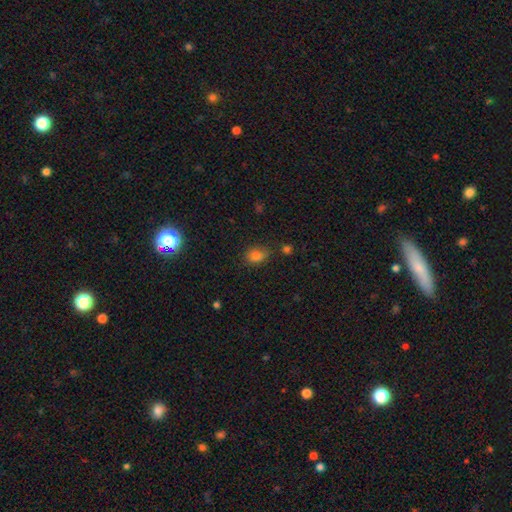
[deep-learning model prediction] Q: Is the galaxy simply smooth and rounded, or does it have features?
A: smooth — 79%.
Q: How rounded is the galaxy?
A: in between — 70%.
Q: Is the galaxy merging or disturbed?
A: none — 67%.